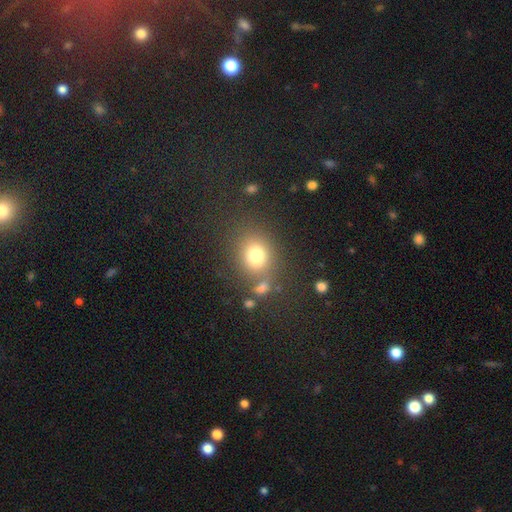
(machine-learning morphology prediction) Smooth or featured? smooth (77%)
How rounded? round (71%)
Merging? none (70%)